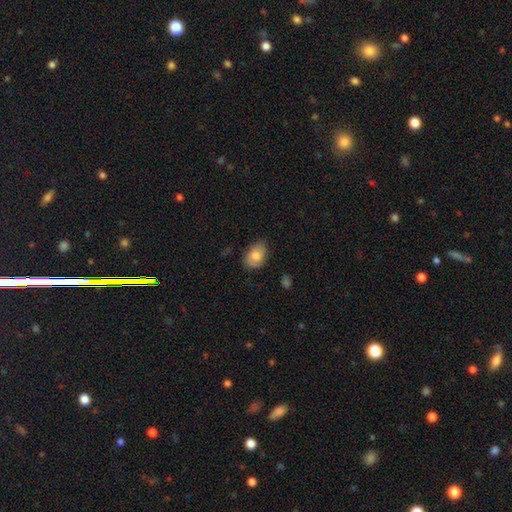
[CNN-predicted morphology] type=smooth (80%); roundness=in between (82%); merging=none (68%).